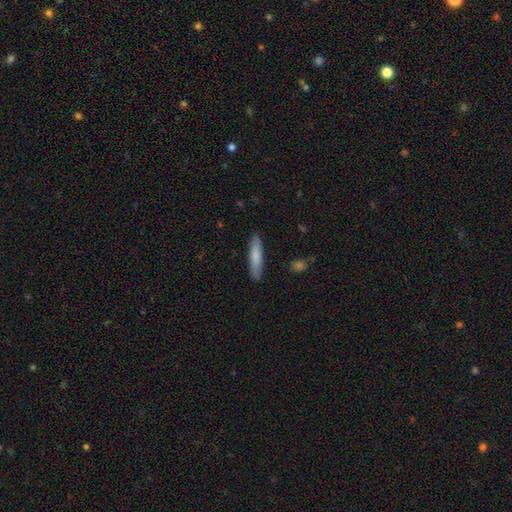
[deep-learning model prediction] smooth 80%, featured or disk 15%, star or artifact 5%. Down the decision tree: how rounded — cigar-shaped (84%); merging — none (89%).